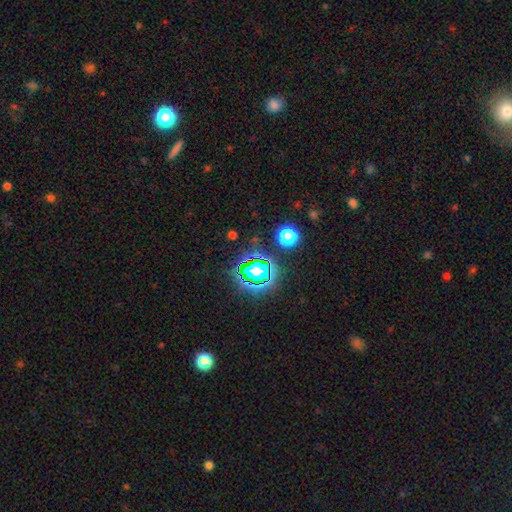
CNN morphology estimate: type=star or artifact (78%).